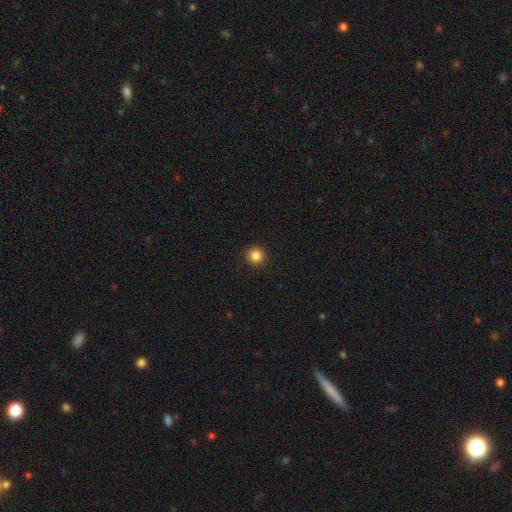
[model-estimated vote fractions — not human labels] The model was most divided on "smooth or featured": smooth: 86%, star or artifact: 11%, featured or disk: 4%. More confident: how rounded — round (95%); merging — none (93%).